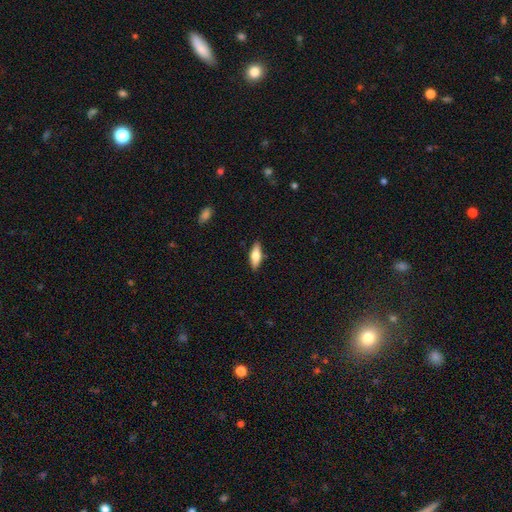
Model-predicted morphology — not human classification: Smooth or featured: smooth — 66% (featured or disk — 28%)
How rounded: in between — 65% (cigar-shaped — 32%)
Merging: none — 87% (minor disturbance — 10%)